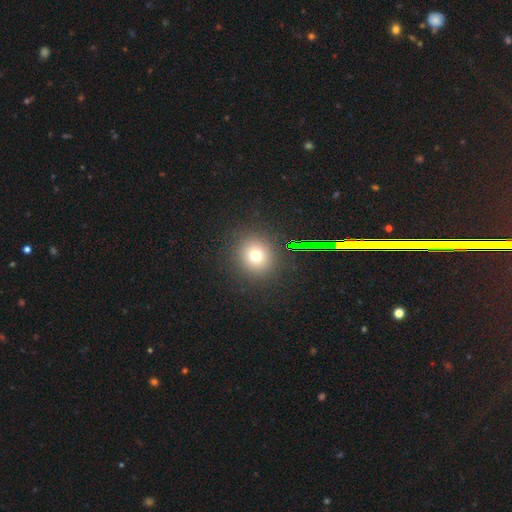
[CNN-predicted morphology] smooth-or-featured: smooth: 71% | star or artifact: 19% | featured or disk: 10%
  how-rounded: round: 89% | in between: 10% | cigar-shaped: 1%
  merging: none: 89% | minor disturbance: 6% | major disturbance: 3% | merger: 2%